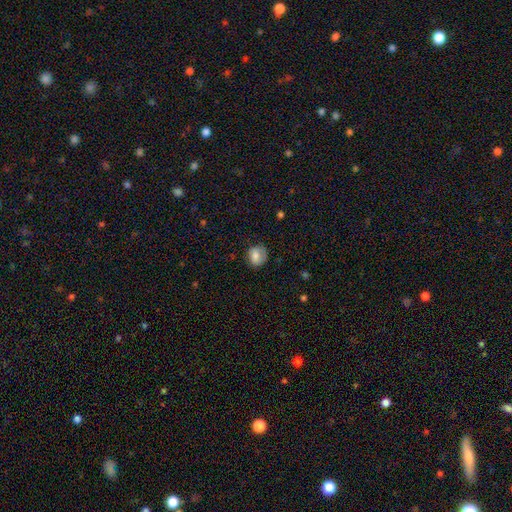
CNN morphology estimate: This appears to be a smooth galaxy with no disk features (77%) that is round (68%). Merging: none (66%).